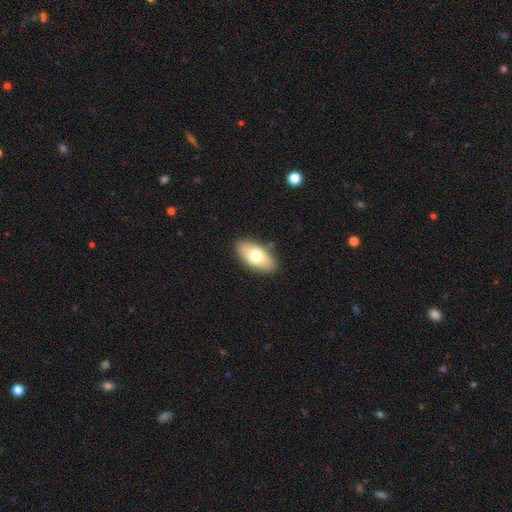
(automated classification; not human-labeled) A smooth galaxy with no disk features (72%) that is in between round and cigar-shaped (92%). Merging: none (87%).